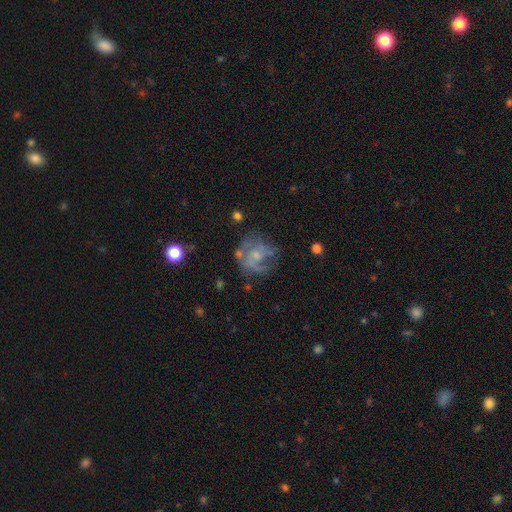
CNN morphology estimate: Smooth or featured: featured or disk — 72% (smooth — 19%)
Edge-on disk: no — 98% (yes — 2%)
Bar: no — 70% (weak — 26%)
Spiral arms: yes — 77% (no — 23%)
Spiral winding: medium — 45% (tight — 28%)
Spiral arm count: can't tell — 29% (tied with 2 — 29%)
Bulge size: small — 54% (moderate — 23%)
Merging: none — 51% (major disturbance — 24%)